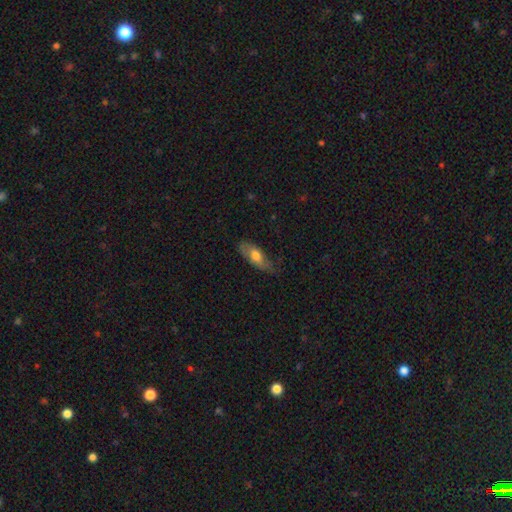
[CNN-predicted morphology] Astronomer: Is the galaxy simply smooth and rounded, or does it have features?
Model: smooth — 61%.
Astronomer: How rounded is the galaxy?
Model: in between — 76%.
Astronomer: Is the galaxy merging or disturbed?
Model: none — 64%.